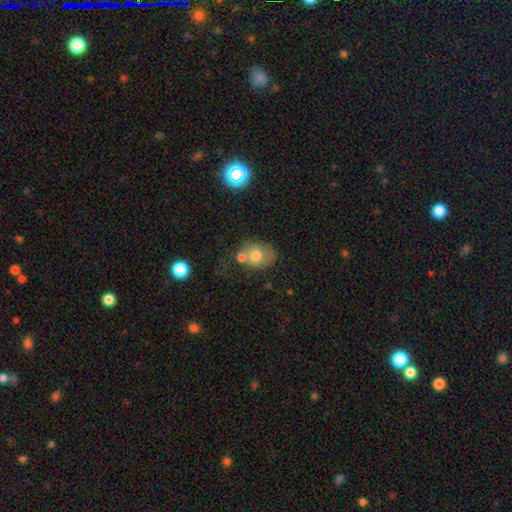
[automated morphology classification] The model was most divided on "how rounded": round: 52%, in between: 47%, cigar-shaped: 1%. Remaining: smooth or featured — smooth (71%); merging — none (45%).